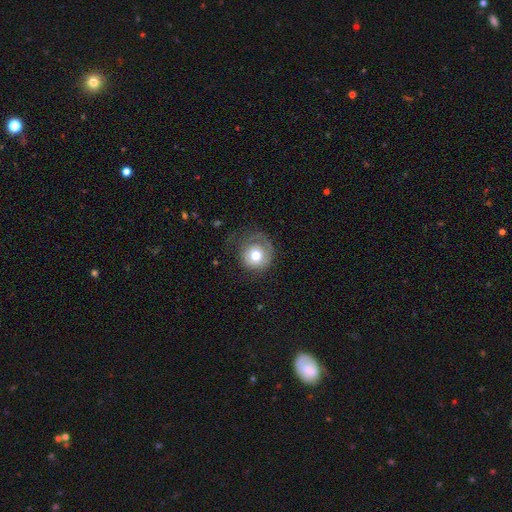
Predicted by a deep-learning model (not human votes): This is likely a smooth galaxy (67%). How rounded: clearly round (89%). Merging: possibly none (55%).